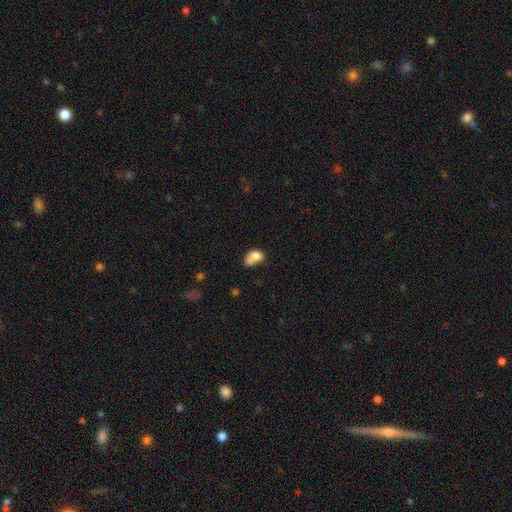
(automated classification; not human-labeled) A smooth galaxy with no disk features (73%) that is in between round and cigar-shaped (73%).

Vote fractions:
- Smooth or featured? smooth: 73% / featured or disk: 16% / star or artifact: 10%
- How rounded? in between: 73% / round: 26% / cigar-shaped: 2%
- Merging? merger: 51% / none: 22% / minor disturbance: 16% / major disturbance: 11%